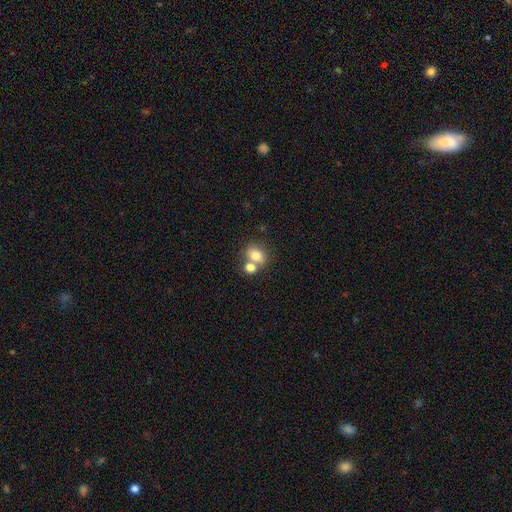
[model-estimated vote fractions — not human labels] This is likely a smooth galaxy (77%). How rounded: possibly round (50%). Merging: possibly none (47%).